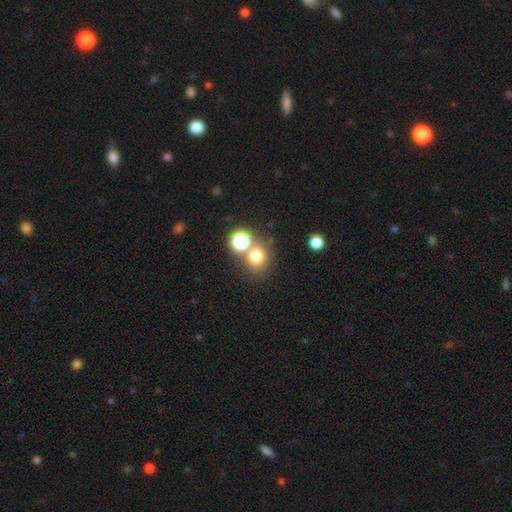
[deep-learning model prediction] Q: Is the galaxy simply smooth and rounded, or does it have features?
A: smooth — 73%.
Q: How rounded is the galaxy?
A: round — 81%.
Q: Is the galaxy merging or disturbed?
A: none — 61%.